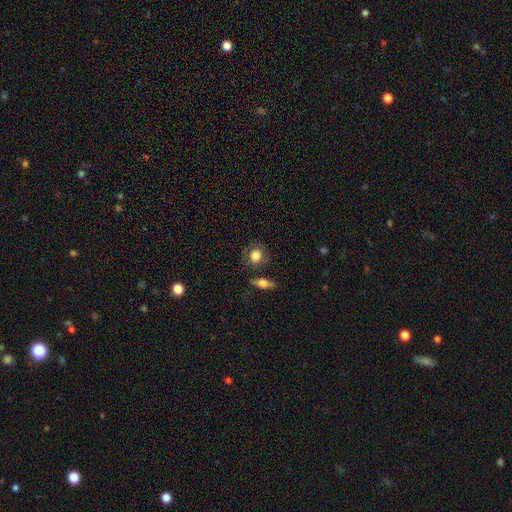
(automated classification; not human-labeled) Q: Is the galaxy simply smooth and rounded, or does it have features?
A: smooth — 77%.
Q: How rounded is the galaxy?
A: round — 75%.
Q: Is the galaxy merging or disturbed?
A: none — 77%.